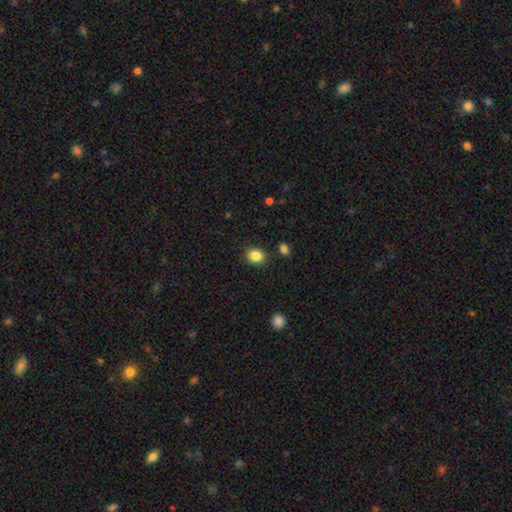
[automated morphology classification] type=smooth (86%); roundness=round (59%); merging=none (87%).